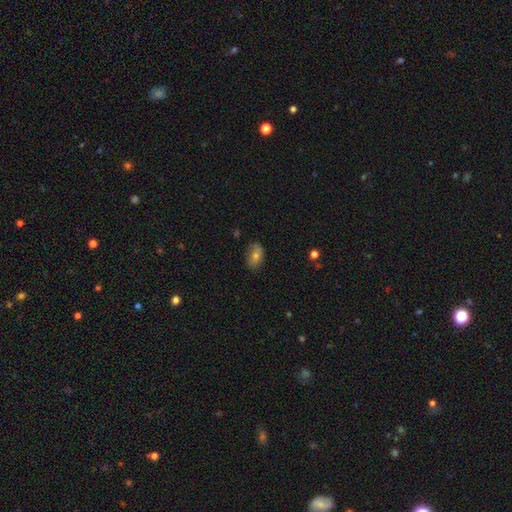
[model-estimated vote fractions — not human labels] Smooth or featured? Predicted: smooth (p=0.68). How rounded? Predicted: in between (p=0.84). Merging? Predicted: none (p=0.77).